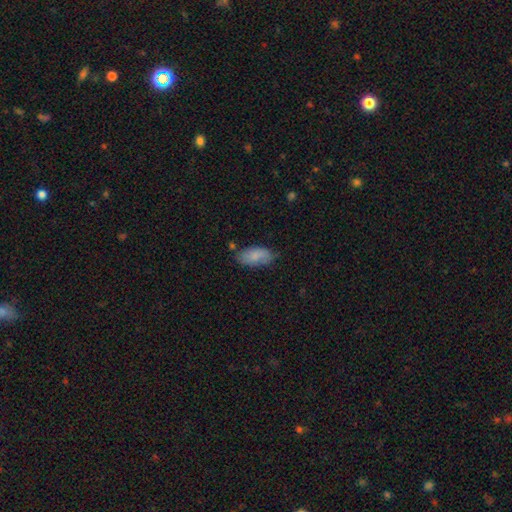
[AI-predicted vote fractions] Q: Smooth or featured?
A: smooth (82%); runner-up: featured or disk (12%)
Q: How rounded?
A: in between (93%); runner-up: cigar-shaped (4%)
Q: Merging?
A: none (69%); runner-up: minor disturbance (23%)